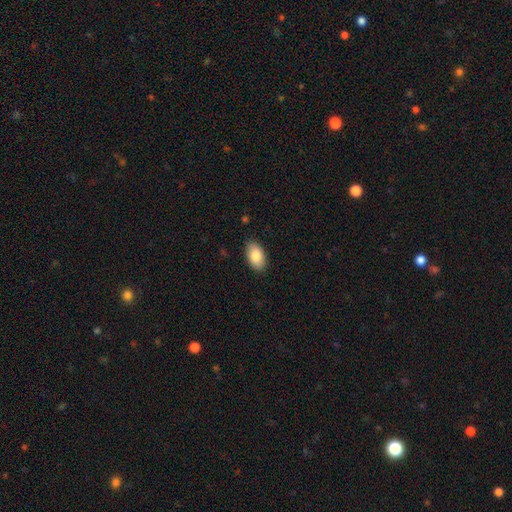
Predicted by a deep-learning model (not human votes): This is clearly a smooth galaxy (86%). How rounded: clearly in between (94%). Merging: clearly none (88%).